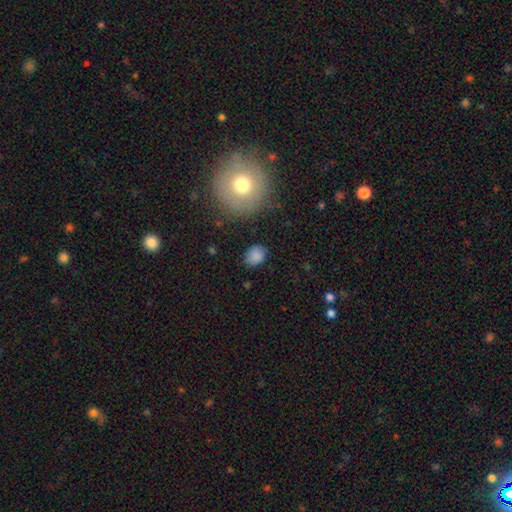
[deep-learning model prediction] smooth-or-featured: smooth: 85% | star or artifact: 10% | featured or disk: 6%
  how-rounded: in between: 62% | round: 37% | cigar-shaped: 1%
  merging: none: 81% | minor disturbance: 14% | major disturbance: 3% | merger: 2%